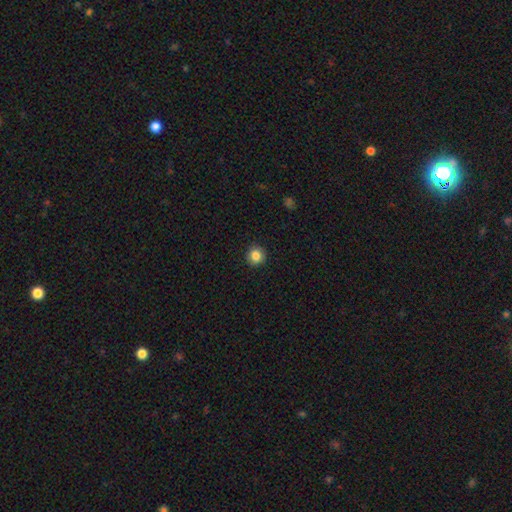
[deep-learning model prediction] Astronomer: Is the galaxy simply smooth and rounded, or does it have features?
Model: smooth — 84%.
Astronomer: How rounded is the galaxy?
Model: round — 92%.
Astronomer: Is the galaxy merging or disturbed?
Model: none — 92%.